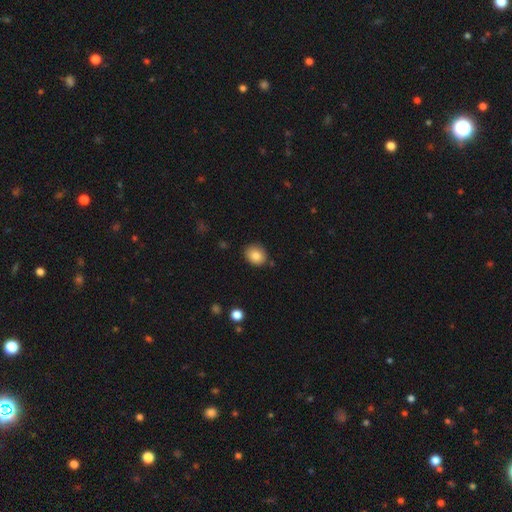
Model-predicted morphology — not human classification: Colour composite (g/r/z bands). It shows a smooth galaxy with no disk features (83%) that is round (67%). Merging: none (84%).